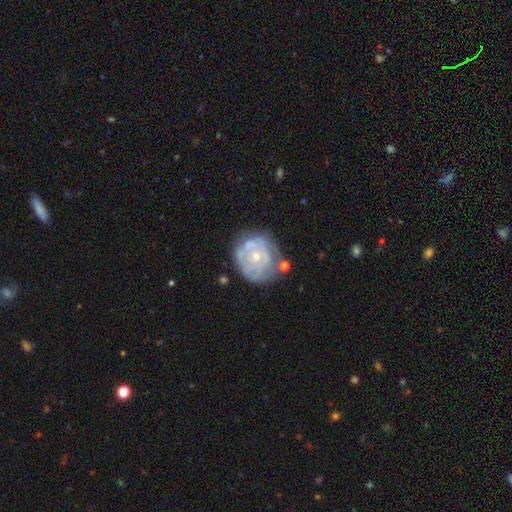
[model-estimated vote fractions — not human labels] Smooth or featured? featured or disk (66%)
Edge-on disk? no (98%)
Bar? no (85%)
Spiral arms? yes (52%)
Bulge size? small (64%)
Merging? none (57%)